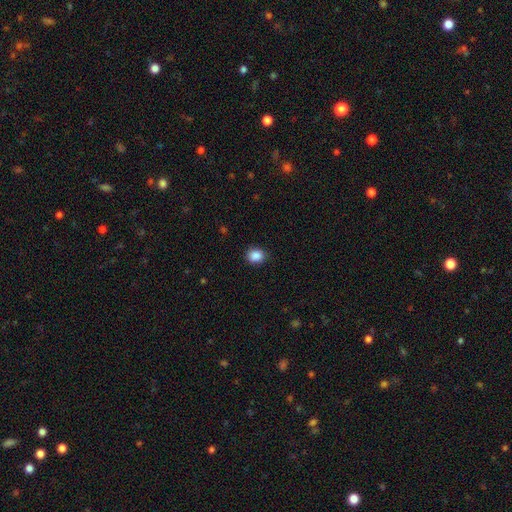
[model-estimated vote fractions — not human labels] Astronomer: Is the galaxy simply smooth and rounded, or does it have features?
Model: smooth — 88%.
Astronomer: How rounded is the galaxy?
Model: round — 61% (runner-up: in between, 38%).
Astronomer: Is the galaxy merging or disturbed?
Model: none — 86%.